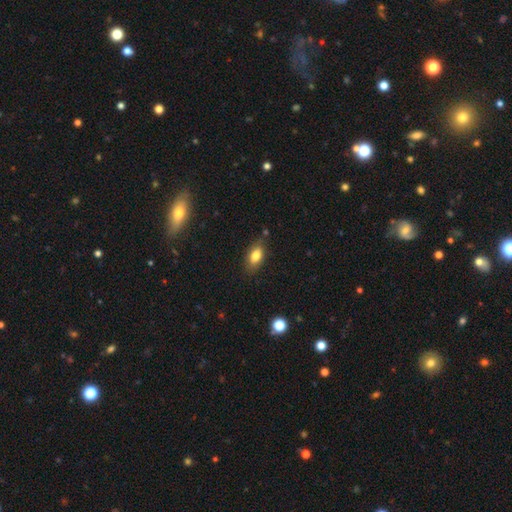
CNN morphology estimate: type=smooth (80%); roundness=in between (88%); merging=none (80%).